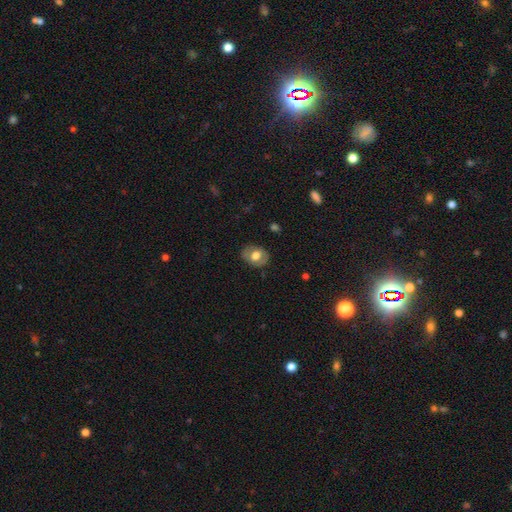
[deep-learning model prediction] Smooth or featured?
  - smooth: 63% *
  - featured or disk: 30%
  - star or artifact: 7%
How rounded?
  - in between: 62% *
  - round: 37%
  - cigar-shaped: 1%
Merging?
  - none: 79% *
  - minor disturbance: 15%
  - major disturbance: 4%
  - merger: 1%